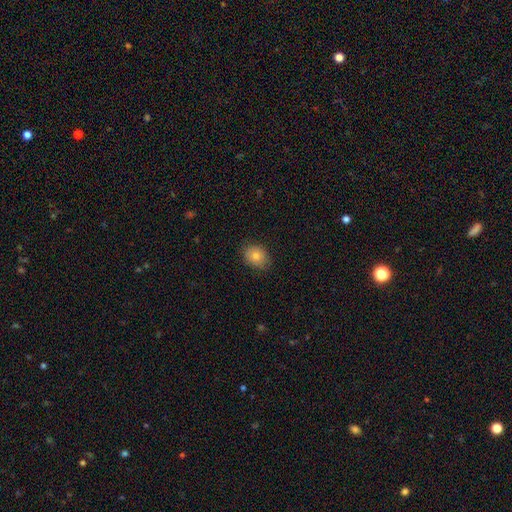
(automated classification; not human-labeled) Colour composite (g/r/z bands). It shows a smooth galaxy with no disk features (79%) that is round (50%). Merging: none (85%).